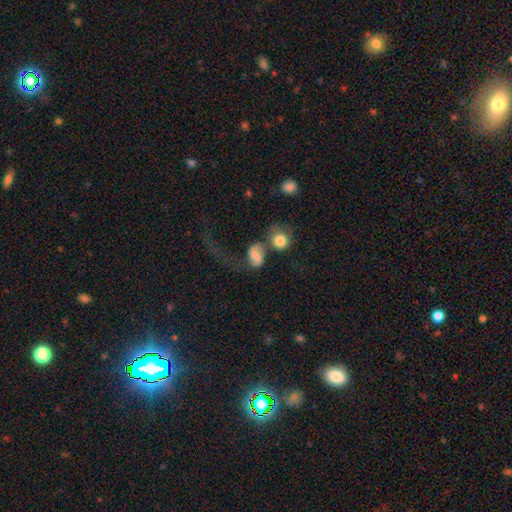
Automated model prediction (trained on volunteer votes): smooth_or_featured: smooth (p=0.54) [alt: featured or disk p=0.35]
how_rounded: in between (p=0.57) [alt: round p=0.40]
merging: merger (p=0.41) [alt: none p=0.24]